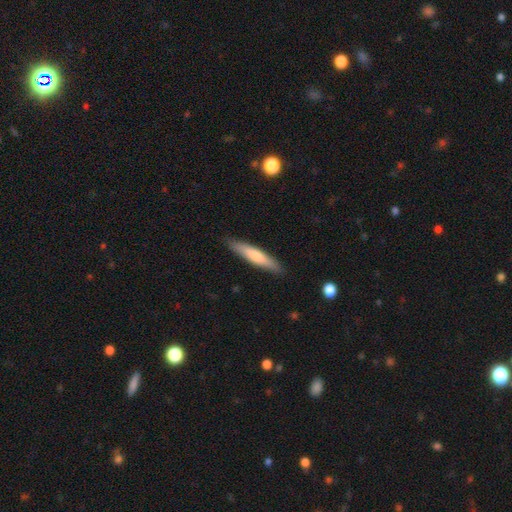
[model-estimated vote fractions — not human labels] Overall: smooth (69%). How rounded: cigar-shaped (88%). Merging: none (89%).